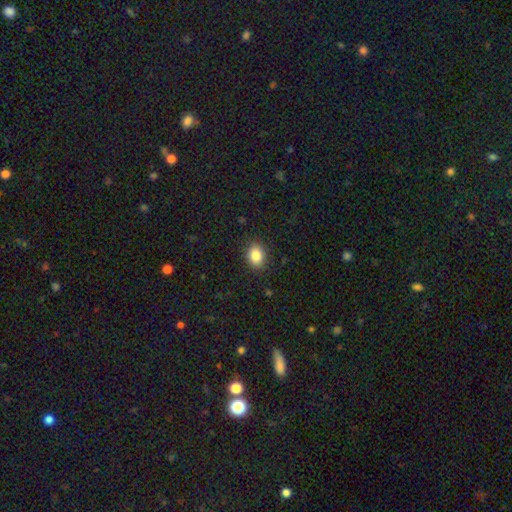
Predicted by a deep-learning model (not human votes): smooth 86%, star or artifact 9%, featured or disk 5%. Down the decision tree: how rounded — in between (66%); merging — none (88%).